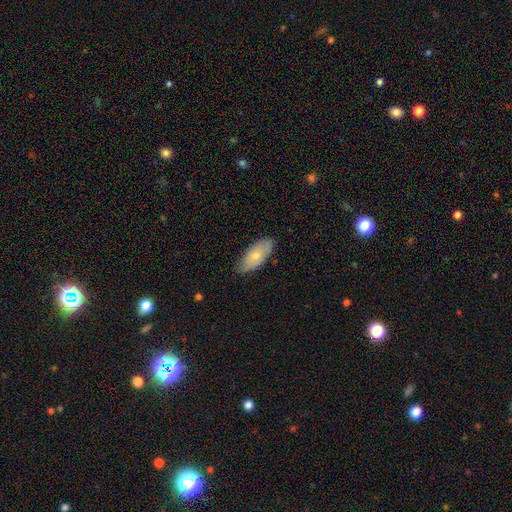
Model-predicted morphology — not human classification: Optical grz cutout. It shows a smooth galaxy with no disk features (69%) that is in between round and cigar-shaped (88%). Merging: none (73%).